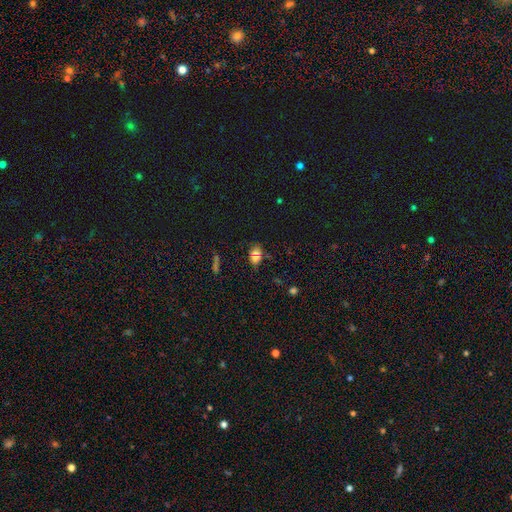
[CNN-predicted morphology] Smooth or featured? Predicted: smooth (p=0.73). How rounded? Predicted: in between (p=0.84). Merging? Predicted: none (p=0.67).